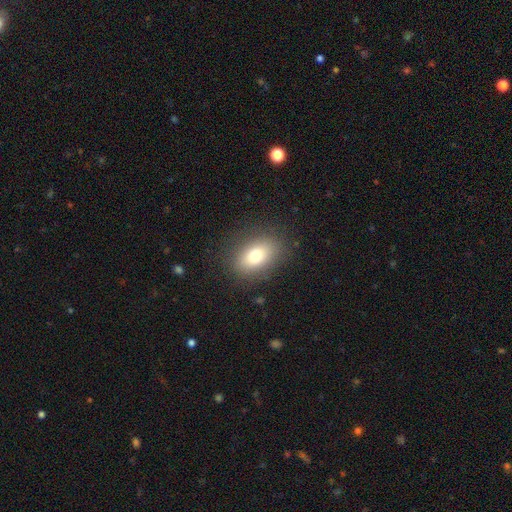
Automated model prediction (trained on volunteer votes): Smooth or featured? Predicted: smooth (p=0.75). How rounded? Predicted: in between (p=0.80). Merging? Predicted: none (p=0.85).